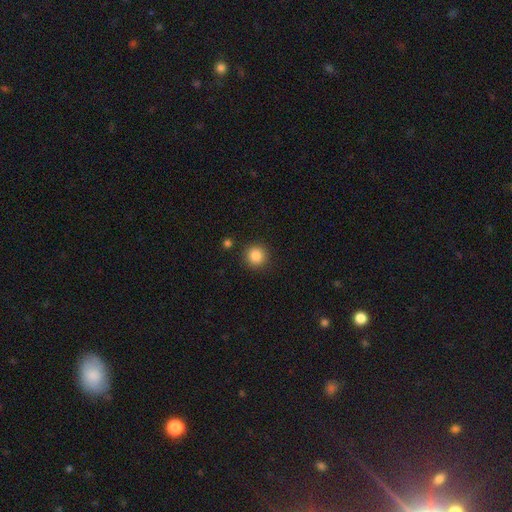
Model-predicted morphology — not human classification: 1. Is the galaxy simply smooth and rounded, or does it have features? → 86% smooth, 10% star or artifact, 4% featured or disk.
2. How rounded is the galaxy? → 94% round, 5% in between, 1% cigar-shaped.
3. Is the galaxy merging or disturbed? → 89% none, 6% minor disturbance, 2% merger, 2% major disturbance.